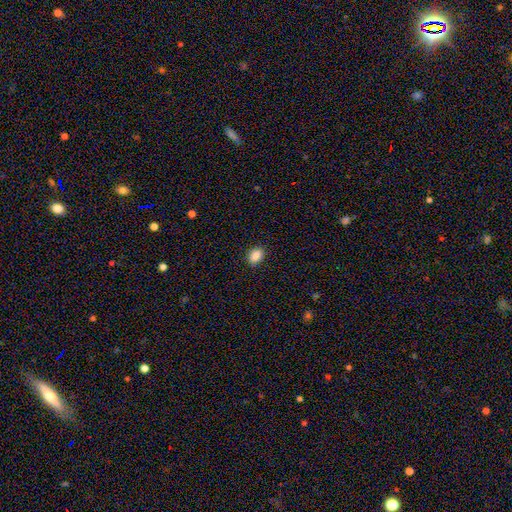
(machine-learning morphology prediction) Q: Smooth or featured?
A: smooth (88%); runner-up: star or artifact (9%)
Q: How rounded?
A: in between (74%); runner-up: round (24%)
Q: Merging?
A: none (87%); runner-up: minor disturbance (10%)